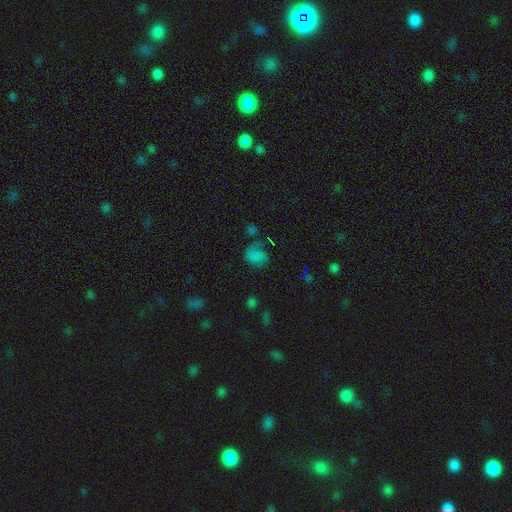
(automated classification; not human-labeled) Q: Smooth or featured?
A: smooth (56%); runner-up: featured or disk (26%)
Q: How rounded?
A: in between (55%); runner-up: round (43%)
Q: Merging?
A: none (36%); runner-up: major disturbance (33%)